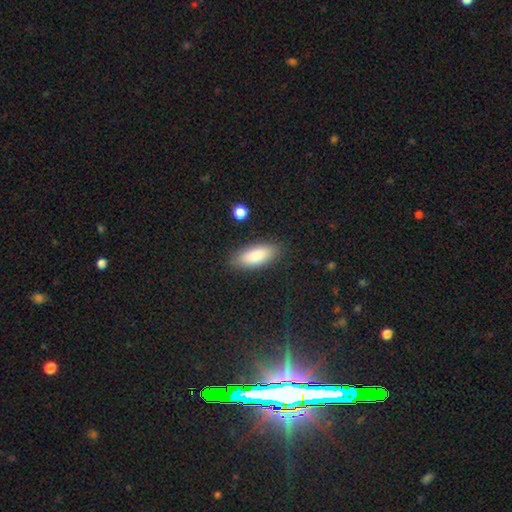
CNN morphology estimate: Smooth or featured? smooth (87%)
How rounded? in between (81%)
Merging? none (84%)